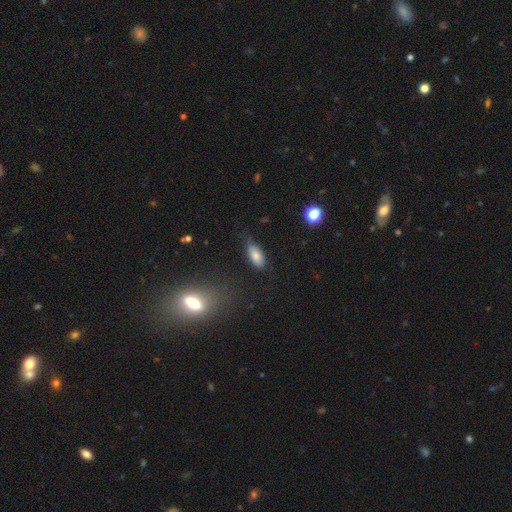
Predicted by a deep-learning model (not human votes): smooth 78%, featured or disk 14%, star or artifact 9%. Down the decision tree: how rounded — in between (87%); merging — none (63%).